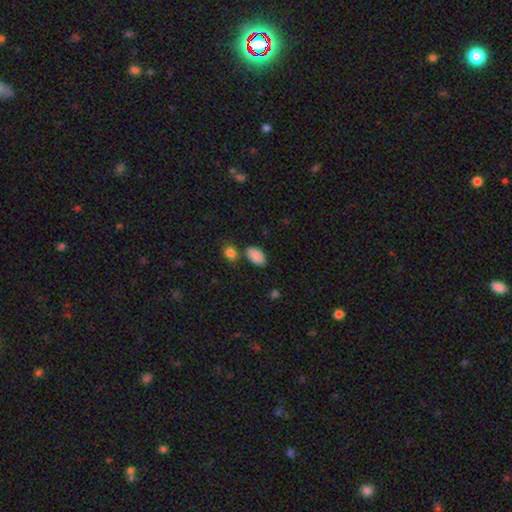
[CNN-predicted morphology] This is clearly a smooth galaxy (88%). How rounded: clearly in between (93%). Merging: likely none (70%).